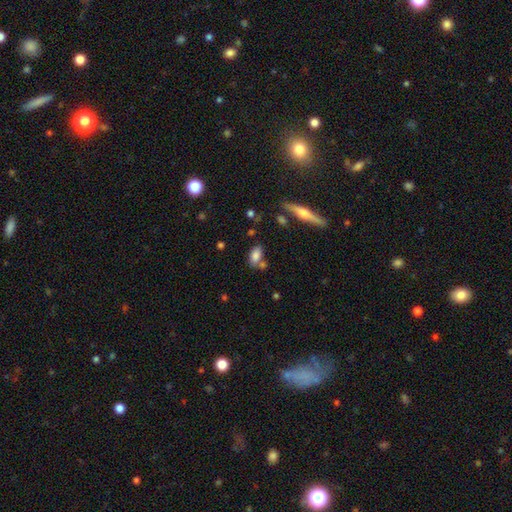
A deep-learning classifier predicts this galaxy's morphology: smooth-or-featured: smooth: 79% | featured or disk: 12% | star or artifact: 9%
  how-rounded: in between: 88% | cigar-shaped: 7% | round: 6%
  merging: none: 62% | merger: 18% | minor disturbance: 15% | major disturbance: 5%